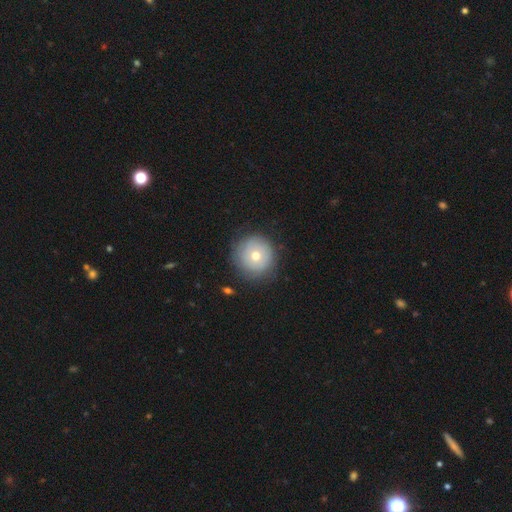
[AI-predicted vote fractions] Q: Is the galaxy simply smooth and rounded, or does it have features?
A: smooth — 67%.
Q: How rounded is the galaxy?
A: round — 95%.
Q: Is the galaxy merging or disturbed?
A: none — 81%.